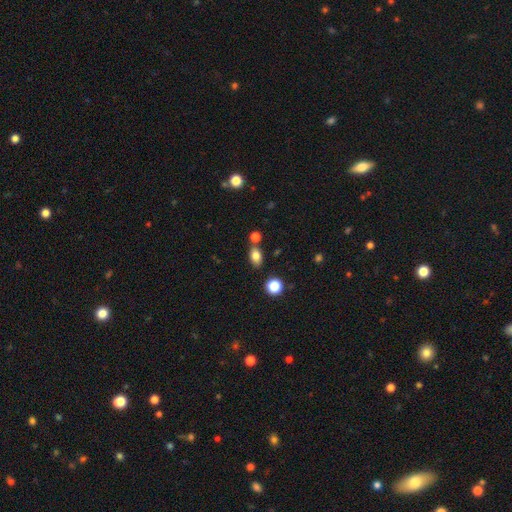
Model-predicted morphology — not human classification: Overall: smooth (81%). How rounded: in between (82%). Merging: none (73%).